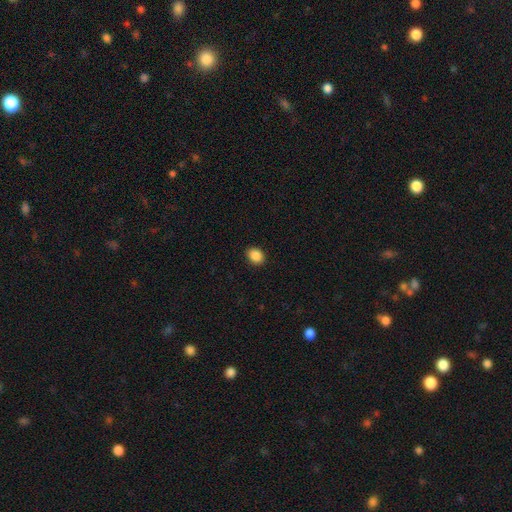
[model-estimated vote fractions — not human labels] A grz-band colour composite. It shows a smooth galaxy with no disk features (88%) that is in between round and cigar-shaped (54%). Merging: none (91%).